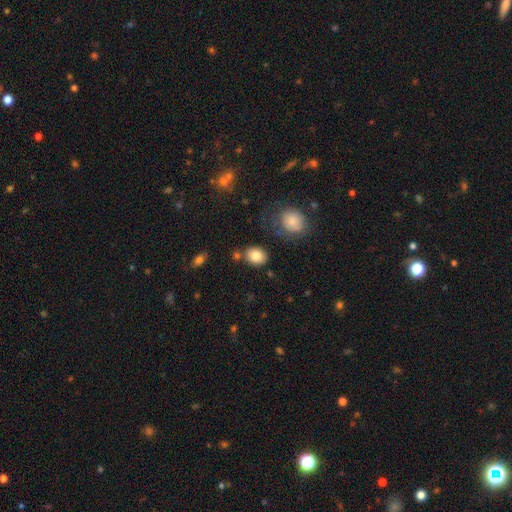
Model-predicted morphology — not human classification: Smooth or featured: smooth — 83% (star or artifact — 9%)
How rounded: in between — 55% (round — 44%)
Merging: none — 77% (minor disturbance — 12%)